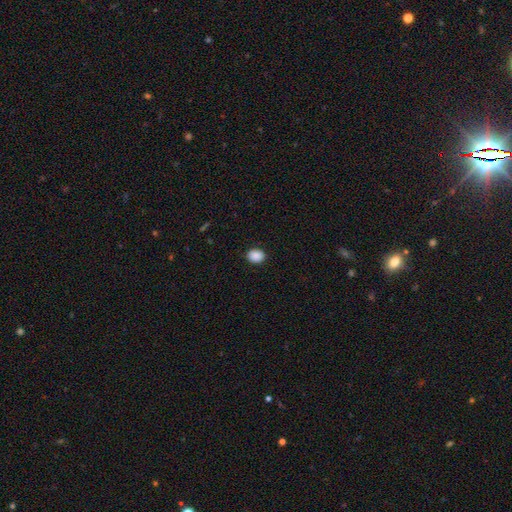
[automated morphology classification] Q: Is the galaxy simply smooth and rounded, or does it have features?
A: smooth — 90%.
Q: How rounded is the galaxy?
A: round — 50%.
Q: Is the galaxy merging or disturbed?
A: none — 90%.